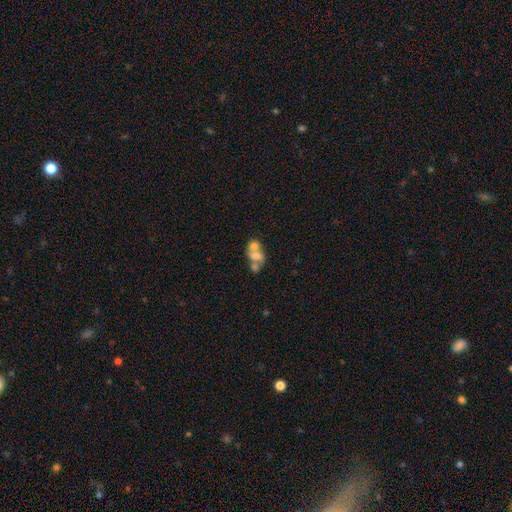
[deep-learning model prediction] Q: Smooth or featured?
A: smooth (59%); runner-up: featured or disk (29%)
Q: How rounded?
A: in between (61%); runner-up: round (37%)
Q: Merging?
A: merger (65%); runner-up: none (22%)